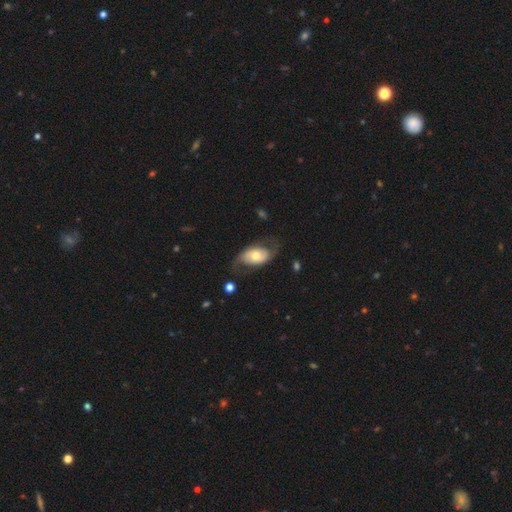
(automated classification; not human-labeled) Smooth or featured? Predicted: featured or disk (p=0.64). Edge-on disk? Predicted: no (p=0.94). Bar? Predicted: no (p=0.70). Spiral arms? Predicted: yes (p=0.76). Bulge size? Predicted: moderate (p=0.66). Merging? Predicted: none (p=0.60).